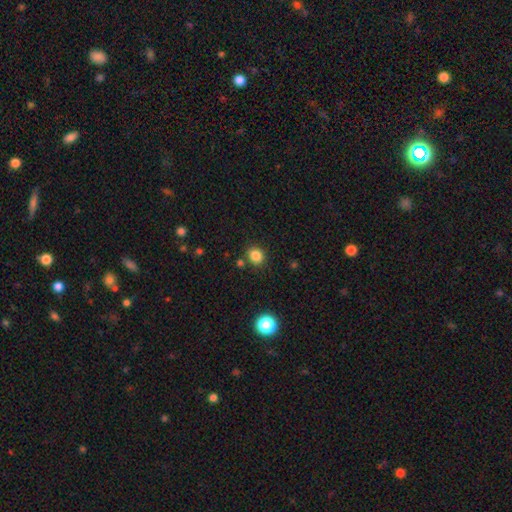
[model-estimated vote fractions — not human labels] Smooth or featured?
  - smooth: 84% *
  - star or artifact: 12%
  - featured or disk: 4%
How rounded?
  - round: 63% *
  - in between: 36%
  - cigar-shaped: 1%
Merging?
  - none: 82% *
  - minor disturbance: 10%
  - merger: 5%
  - major disturbance: 3%